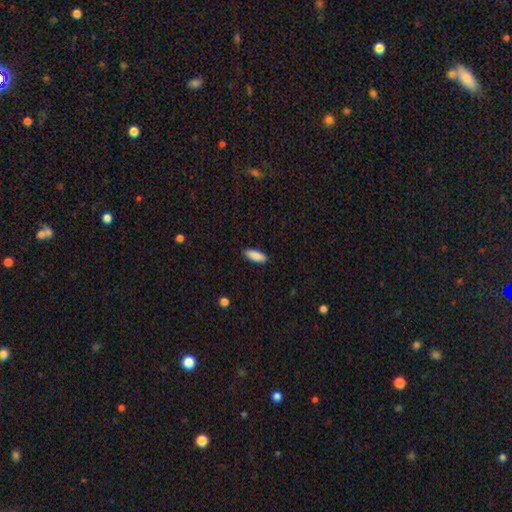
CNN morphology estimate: smooth-or-featured: smooth: 89% | star or artifact: 6% | featured or disk: 5%
  how-rounded: in between: 69% | cigar-shaped: 29% | round: 2%
  merging: none: 89% | minor disturbance: 8% | major disturbance: 2% | merger: 1%